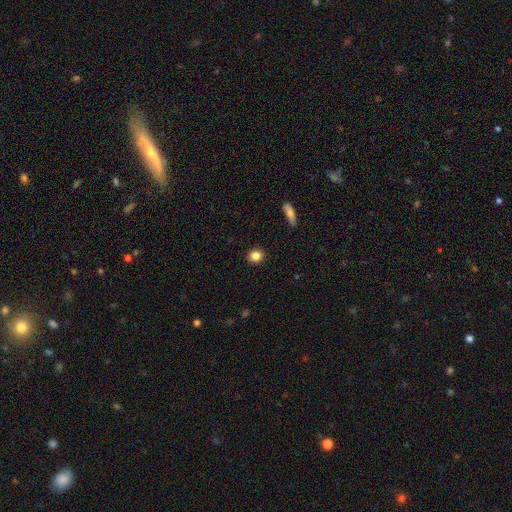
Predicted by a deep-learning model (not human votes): This is clearly a smooth galaxy (84%). How rounded: likely round (80%). Merging: clearly none (91%).